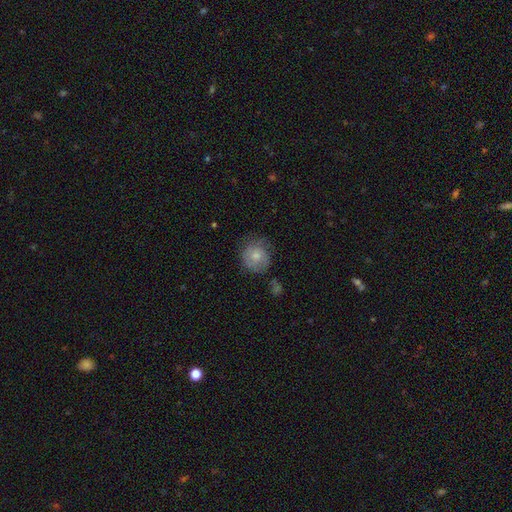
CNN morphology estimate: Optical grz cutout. It shows a smooth galaxy with no disk features (70%) that is round (85%). Merging: none (63%).